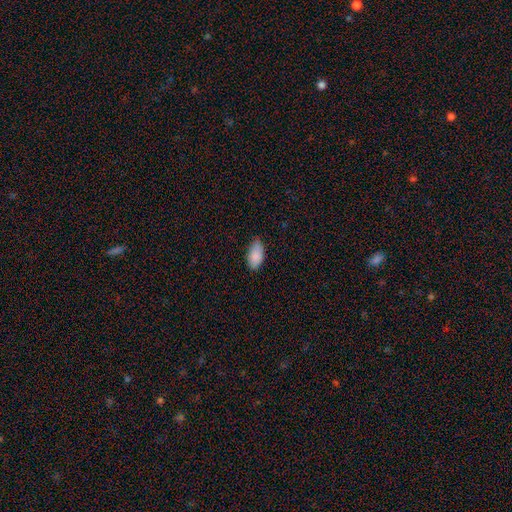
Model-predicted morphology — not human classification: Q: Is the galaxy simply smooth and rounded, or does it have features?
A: smooth — 88%.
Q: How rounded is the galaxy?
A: in between — 94%.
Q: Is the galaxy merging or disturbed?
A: none — 66%.